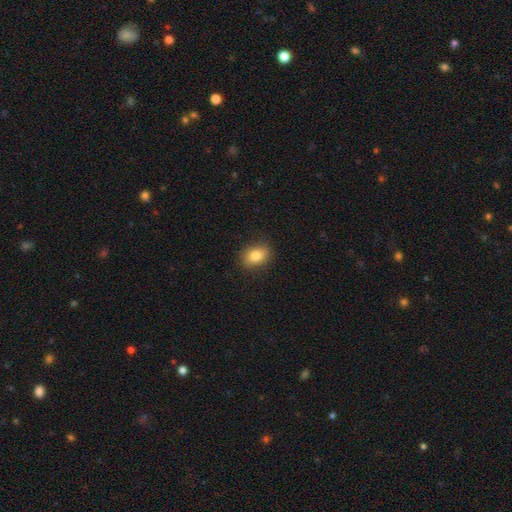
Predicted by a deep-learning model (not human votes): This is clearly a smooth galaxy (83%). How rounded: likely in between (68%). Merging: clearly none (85%).